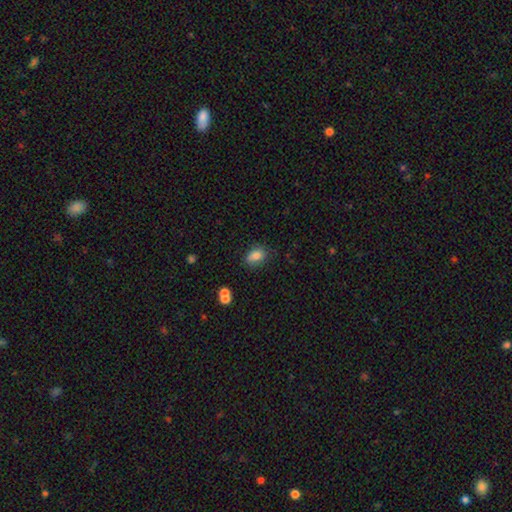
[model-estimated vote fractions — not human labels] smooth 85%, star or artifact 9%, featured or disk 6%. Down the decision tree: how rounded — in between (84%); merging — none (71%).